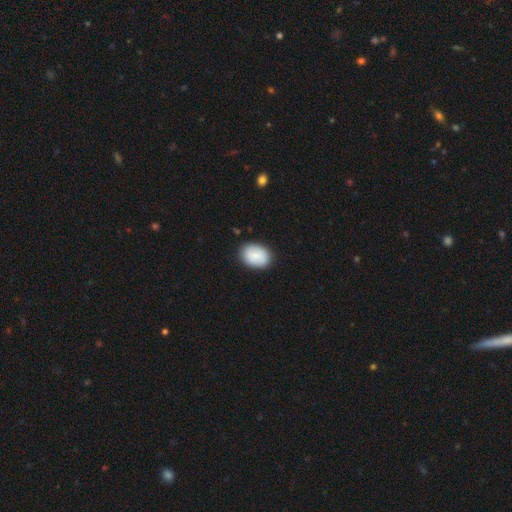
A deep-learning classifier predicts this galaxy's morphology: smooth-or-featured: smooth: 80% | featured or disk: 13% | star or artifact: 7%
  how-rounded: in between: 71% | round: 28% | cigar-shaped: 1%
  merging: none: 86% | minor disturbance: 10% | major disturbance: 2% | merger: 1%